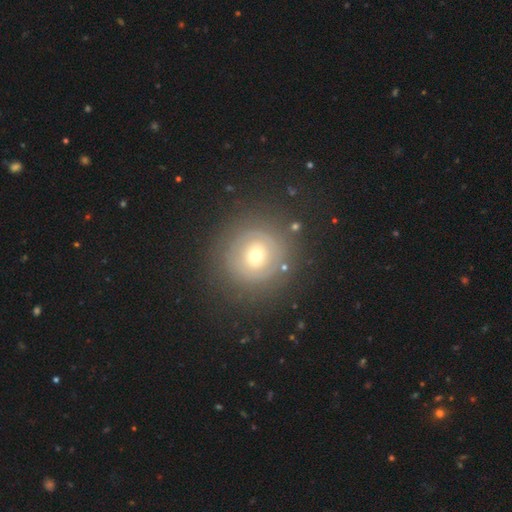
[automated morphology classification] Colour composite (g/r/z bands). It shows a smooth galaxy with no disk features (50%) that is round (92%). Merging: none (84%).